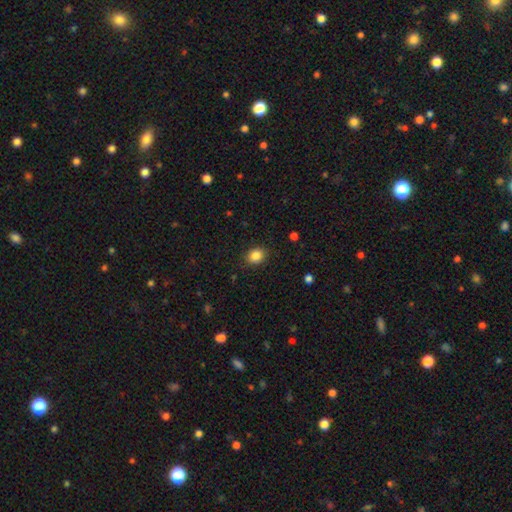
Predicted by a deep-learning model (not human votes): Smooth or featured? smooth (85%)
How rounded? round (52%)
Merging? none (86%)